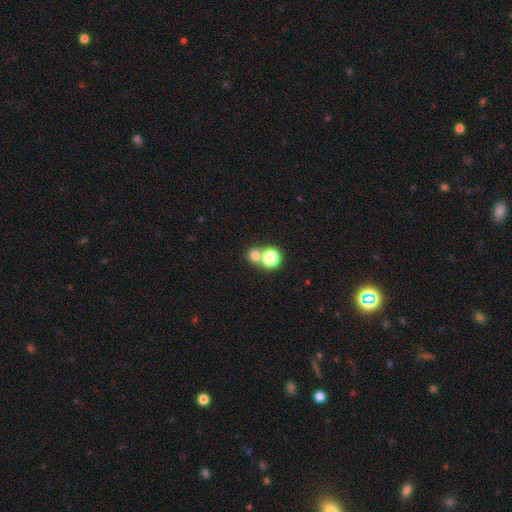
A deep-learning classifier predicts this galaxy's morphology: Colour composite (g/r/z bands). It shows a smooth galaxy with no disk features (73%) that is round (86%). Merging: none (51%).